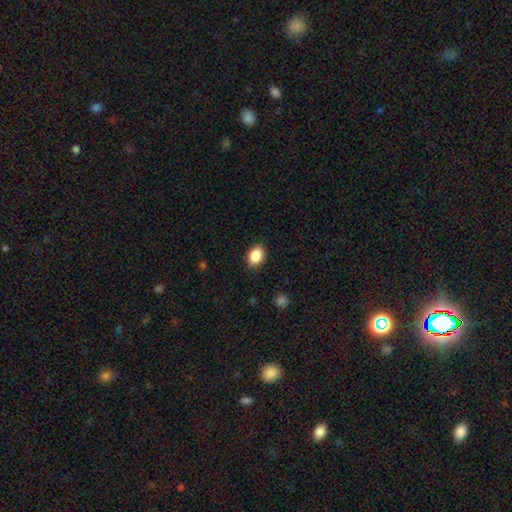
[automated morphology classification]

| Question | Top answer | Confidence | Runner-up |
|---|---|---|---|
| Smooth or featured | smooth | 88% | star or artifact (8%) |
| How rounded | in between | 77% | round (22%) |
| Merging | none | 87% | minor disturbance (9%) |